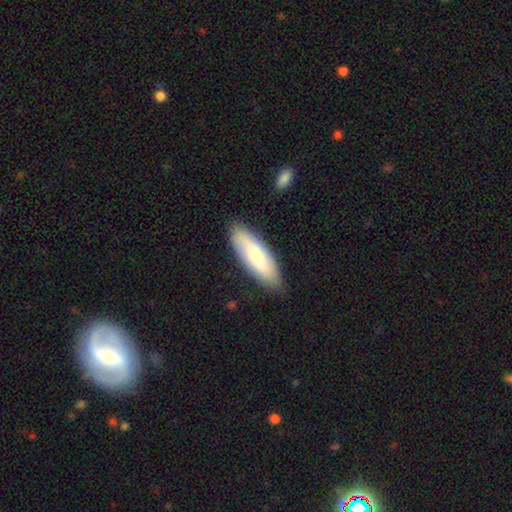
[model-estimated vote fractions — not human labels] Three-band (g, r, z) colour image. It shows a smooth galaxy with no disk features (73%) that is in between round and cigar-shaped (53%). Merging: none (85%).